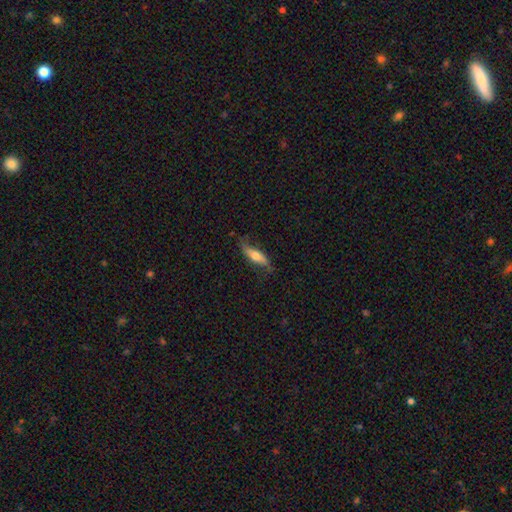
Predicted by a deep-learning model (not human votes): Overall: featured or disk (48%; smooth 46%). Merging: none (67%).